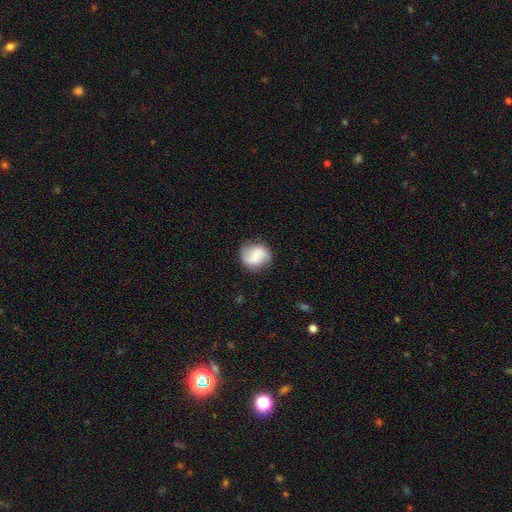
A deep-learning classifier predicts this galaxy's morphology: smooth 55%, featured or disk 37%, star or artifact 8%. Down the decision tree: how rounded — round (73%); merging — none (76%).